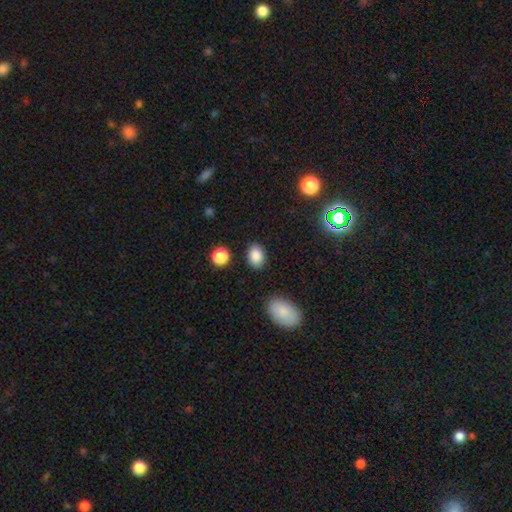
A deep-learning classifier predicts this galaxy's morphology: smooth_or_featured: smooth (p=0.86) [alt: star or artifact p=0.09]
how_rounded: in between (p=0.74) [alt: round p=0.25]
merging: none (p=0.84) [alt: minor disturbance p=0.10]